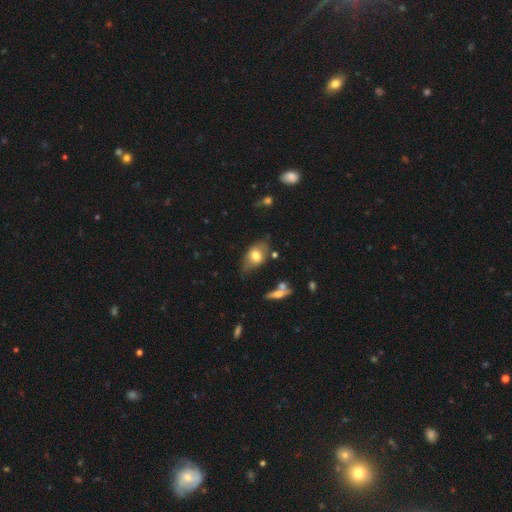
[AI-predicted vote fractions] Q: Smooth or featured?
A: smooth (64%); runner-up: featured or disk (28%)
Q: How rounded?
A: in between (85%); runner-up: round (11%)
Q: Merging?
A: none (56%); runner-up: minor disturbance (28%)